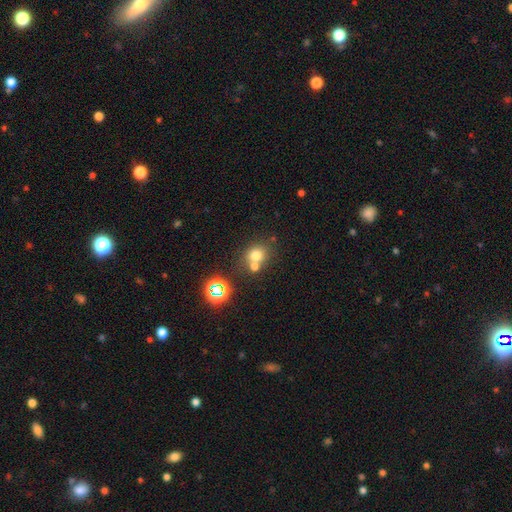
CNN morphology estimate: smooth 71%, star or artifact 18%, featured or disk 12%. Down the decision tree: how rounded — round (76%); merging — none (51%).